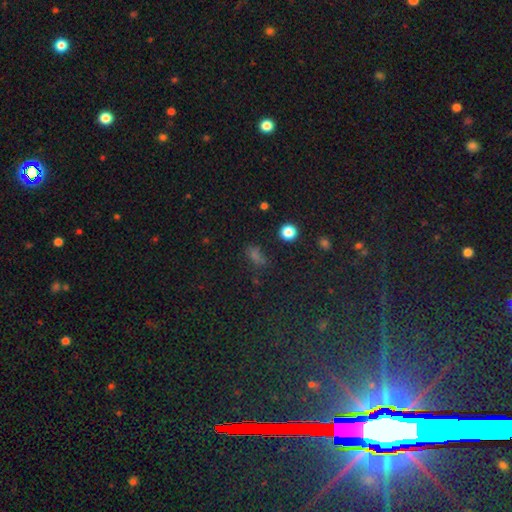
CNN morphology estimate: Smooth or featured: smooth — 51% (star or artifact — 38%)
How rounded: in between — 69% (round — 22%)
Merging: none — 65% (minor disturbance — 18%)